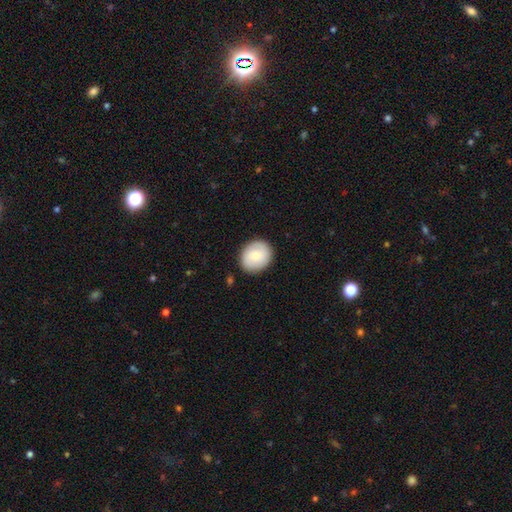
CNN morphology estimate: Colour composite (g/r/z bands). It shows a smooth galaxy with no disk features (71%) that is round (71%). Merging: none (88%).